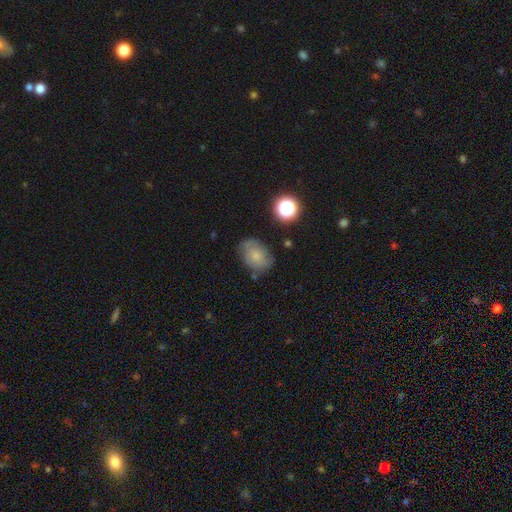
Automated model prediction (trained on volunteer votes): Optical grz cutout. It shows a smooth galaxy with no disk features (69%) that is in between round and cigar-shaped (72%). Merging: none (63%).